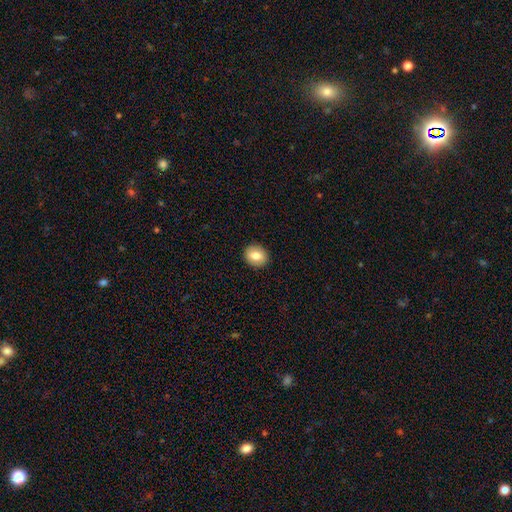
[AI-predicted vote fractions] Q: Smooth or featured?
A: smooth (77%); runner-up: featured or disk (15%)
Q: How rounded?
A: round (68%); runner-up: in between (31%)
Q: Merging?
A: none (91%); runner-up: minor disturbance (6%)